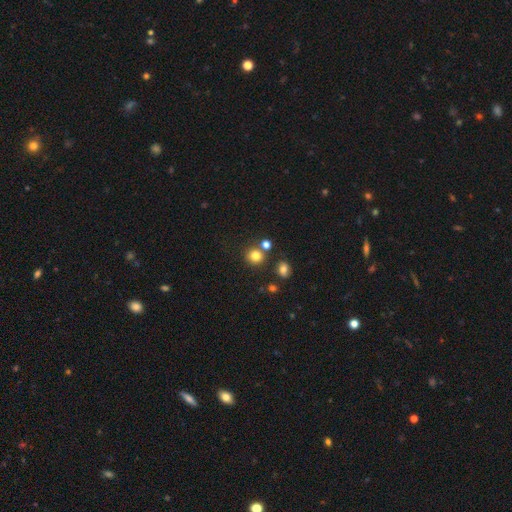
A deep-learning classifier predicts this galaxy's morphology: This is likely a smooth galaxy (80%). How rounded: clearly round (87%). Merging: likely none (75%).